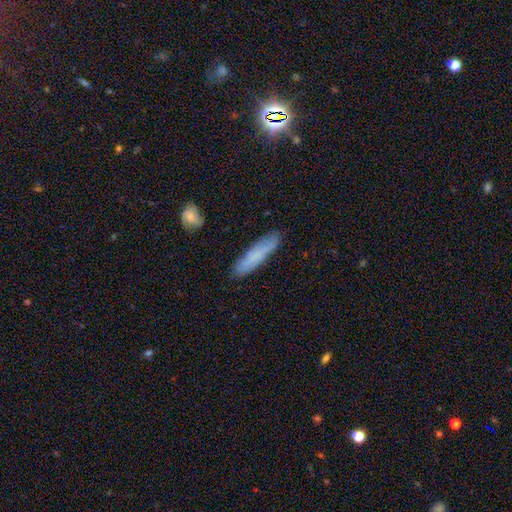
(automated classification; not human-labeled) Smooth or featured: smooth — 73% (featured or disk — 20%)
How rounded: cigar-shaped — 84% (in between — 14%)
Merging: none — 86% (minor disturbance — 11%)